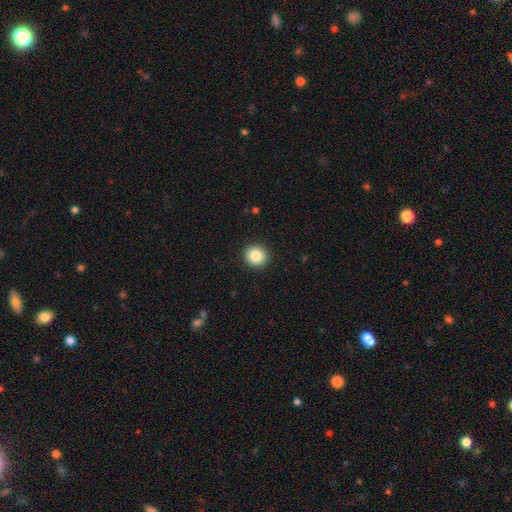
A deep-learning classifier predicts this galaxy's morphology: A smooth galaxy with no disk features (85%) that is round (92%). Merging: none (92%).